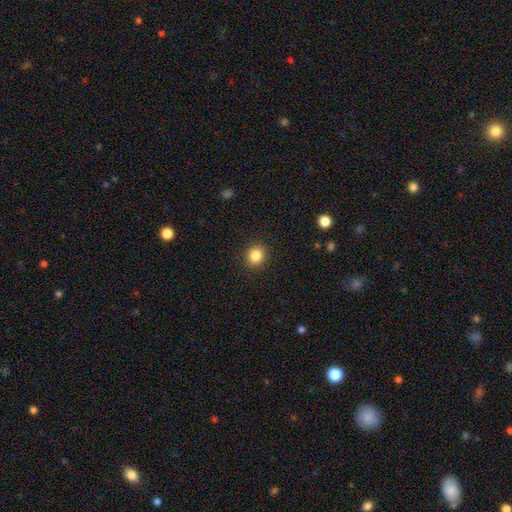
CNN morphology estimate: Smooth or featured? Predicted: smooth (p=0.85). How rounded? Predicted: round (p=0.86). Merging? Predicted: none (p=0.91).